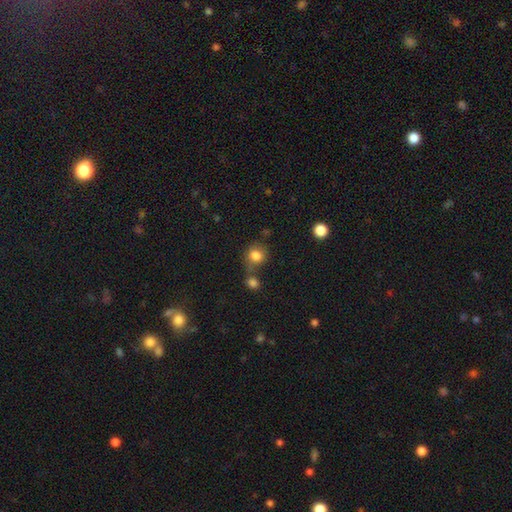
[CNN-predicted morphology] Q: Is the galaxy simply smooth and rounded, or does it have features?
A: smooth — 82%.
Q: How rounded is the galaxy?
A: round — 79%.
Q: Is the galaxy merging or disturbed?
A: none — 59%.